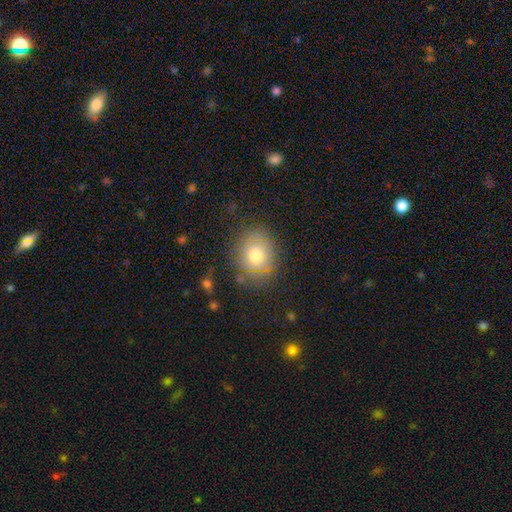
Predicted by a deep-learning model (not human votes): A smooth galaxy with no disk features (65%) that is round (65%). Merging: none (77%).